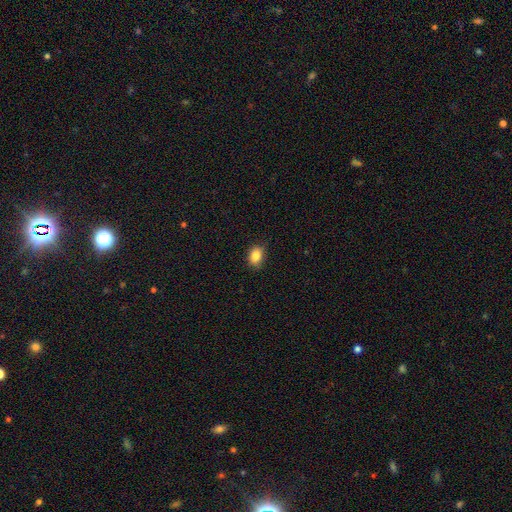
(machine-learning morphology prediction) Smooth or featured? smooth (86%)
How rounded? in between (74%)
Merging? none (83%)